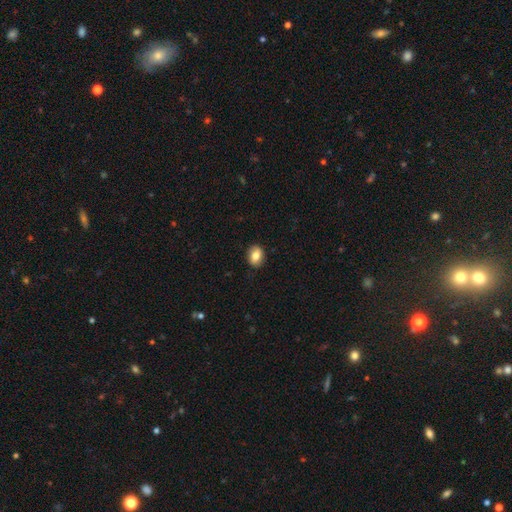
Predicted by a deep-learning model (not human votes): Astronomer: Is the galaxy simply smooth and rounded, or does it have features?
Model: smooth — 81%.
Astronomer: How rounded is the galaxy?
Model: in between — 70%.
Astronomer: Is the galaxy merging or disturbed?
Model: none — 88%.